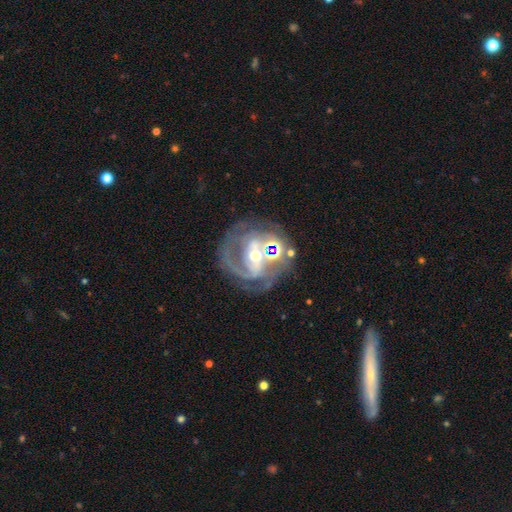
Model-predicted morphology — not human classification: Smooth or featured? Predicted: featured or disk (p=0.82). Edge-on disk? Predicted: no (p=0.97). Bar? Predicted: strong (p=0.42). Spiral arms? Predicted: yes (p=0.88). Spiral winding? Predicted: tight (p=0.44). Spiral arm count? Predicted: 2 (p=0.50). Bulge size? Predicted: moderate (p=0.59). Merging? Predicted: none (p=0.52).